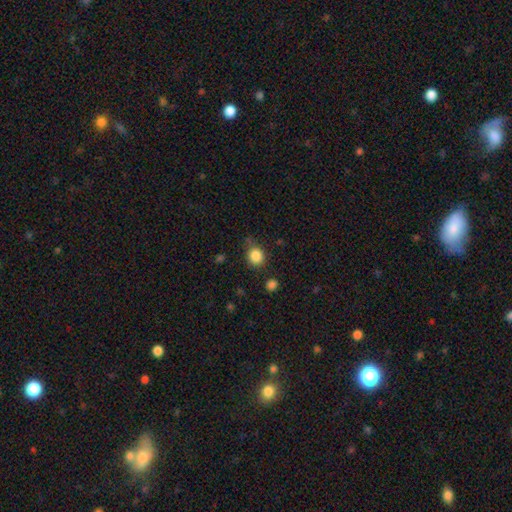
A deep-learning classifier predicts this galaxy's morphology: smooth_or_featured: smooth (p=0.86) [alt: star or artifact p=0.10]
how_rounded: round (p=0.79) [alt: in between p=0.20]
merging: none (p=0.74) [alt: minor disturbance p=0.17]